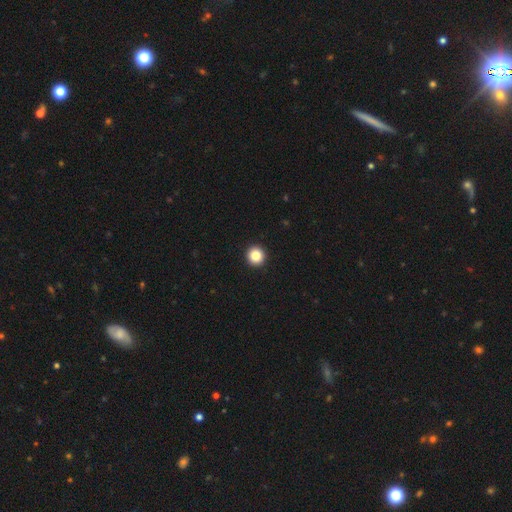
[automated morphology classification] A smooth galaxy with no disk features (85%) that is round (95%).

Vote fractions:
- Smooth or featured? smooth: 85% / star or artifact: 10% / featured or disk: 5%
- How rounded? round: 95% / in between: 4% / cigar-shaped: 1%
- Merging? none: 94% / minor disturbance: 3% / major disturbance: 1% / merger: 1%